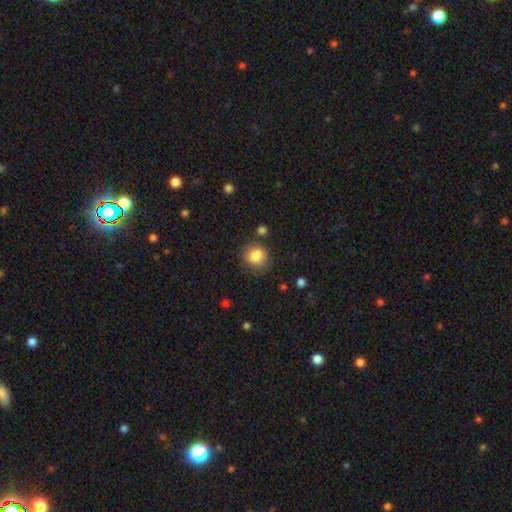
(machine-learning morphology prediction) smooth_or_featured: smooth (p=0.84) [alt: star or artifact p=0.10]
how_rounded: round (p=0.74) [alt: in between p=0.25]
merging: none (p=0.75) [alt: minor disturbance p=0.15]